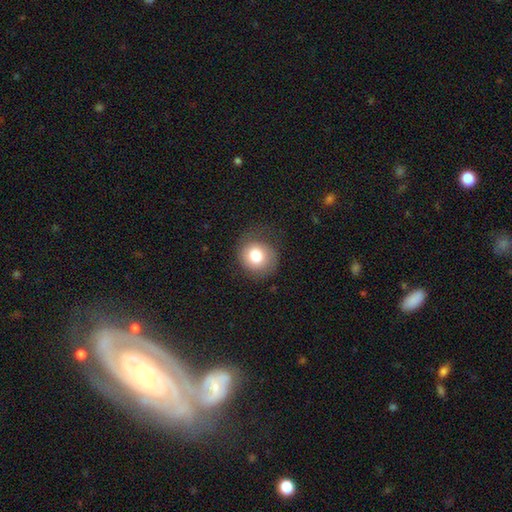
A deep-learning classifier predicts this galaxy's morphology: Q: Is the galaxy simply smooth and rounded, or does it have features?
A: smooth — 78%.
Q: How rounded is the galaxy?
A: round — 83%.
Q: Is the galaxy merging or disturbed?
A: none — 69%.